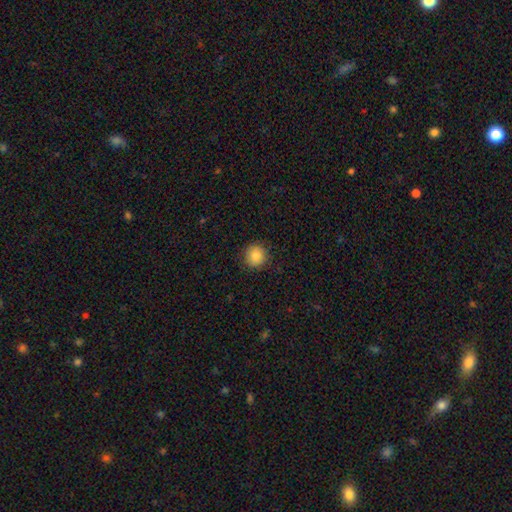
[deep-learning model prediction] This appears to be a smooth galaxy with no disk features (84%) that is round (93%). Merging: none (88%).